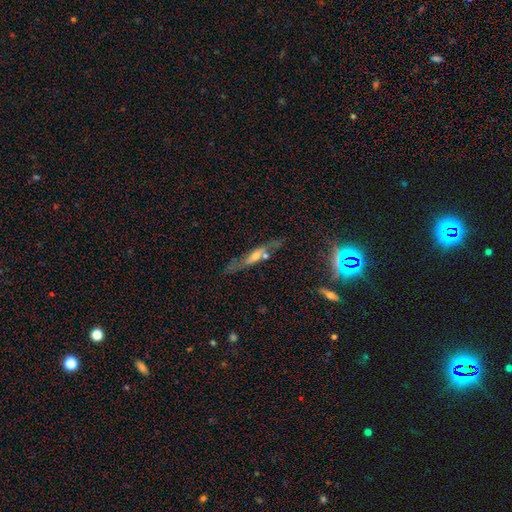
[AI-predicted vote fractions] Overall: featured or disk (57%; smooth 33%). Edge-on disk: yes (64%; no 36%). Merging: none (62%).